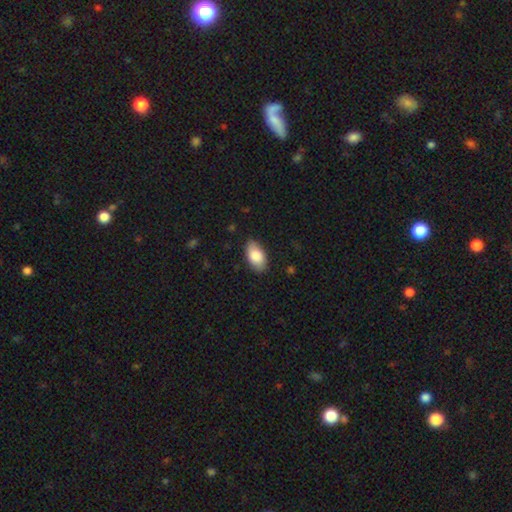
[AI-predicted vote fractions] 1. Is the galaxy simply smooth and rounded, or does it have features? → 83% smooth, 11% featured or disk, 6% star or artifact.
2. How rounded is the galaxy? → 94% in between, 4% round, 2% cigar-shaped.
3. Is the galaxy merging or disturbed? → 85% none, 12% minor disturbance, 2% major disturbance, 1% merger.